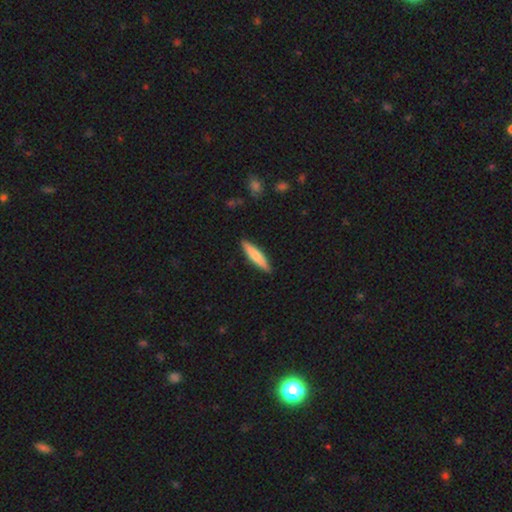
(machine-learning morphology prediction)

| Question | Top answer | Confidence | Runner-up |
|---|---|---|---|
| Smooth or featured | smooth | 71% | featured or disk (24%) |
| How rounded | cigar-shaped | 86% | in between (12%) |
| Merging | none | 90% | minor disturbance (7%) |